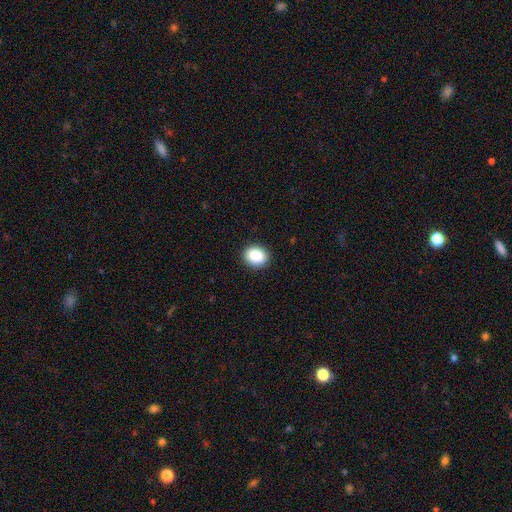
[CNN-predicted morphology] The model was most divided on "how rounded": round: 53%, in between: 46%, cigar-shaped: 1%. More confident: merging — none (91%); smooth or featured — smooth (89%).